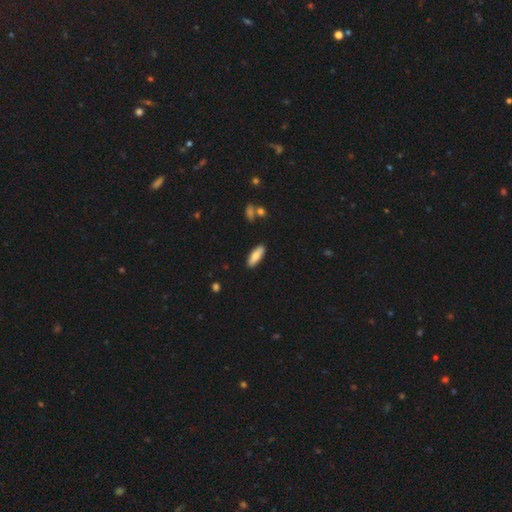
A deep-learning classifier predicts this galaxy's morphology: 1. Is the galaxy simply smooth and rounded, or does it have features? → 78% smooth, 16% featured or disk, 6% star or artifact.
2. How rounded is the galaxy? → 61% in between, 37% cigar-shaped, 2% round.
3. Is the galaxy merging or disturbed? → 88% none, 9% minor disturbance, 2% merger, 2% major disturbance.